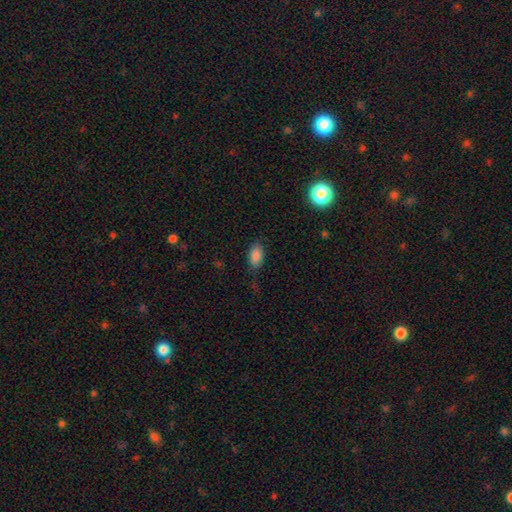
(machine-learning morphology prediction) Smooth or featured? smooth (85%)
How rounded? in between (92%)
Merging? none (76%)